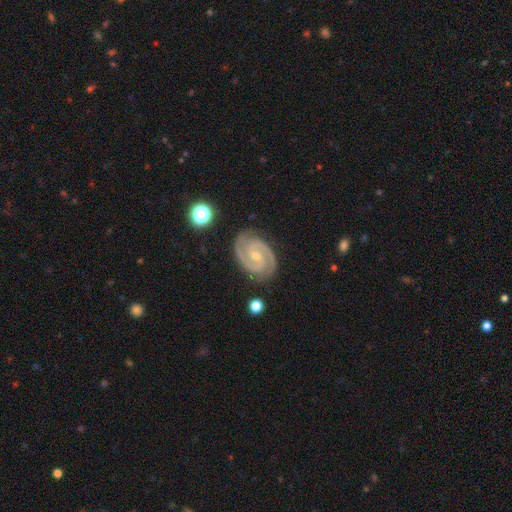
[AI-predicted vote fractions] smooth_or_featured: featured or disk (p=0.93) [alt: star or artifact p=0.04]
disk_edge_on: no (p=0.98) [alt: yes p=0.02]
bar: no (p=0.50) [alt: weak p=0.36]
has_spiral_arms: yes (p=0.99) [alt: no p=0.01]
spiral_winding: tight (p=0.61) [alt: medium p=0.36]
spiral_arm_count: 2 (p=0.92) [alt: 3 p=0.04]
bulge_size: small (p=0.68) [alt: moderate p=0.29]
merging: none (p=0.85) [alt: minor disturbance p=0.12]